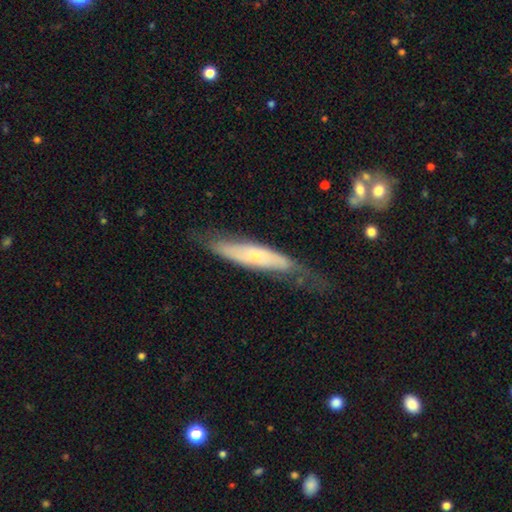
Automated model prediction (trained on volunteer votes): Morphology: type=featured or disk (55%); edge-on=yes (54%); merging=none (56%).